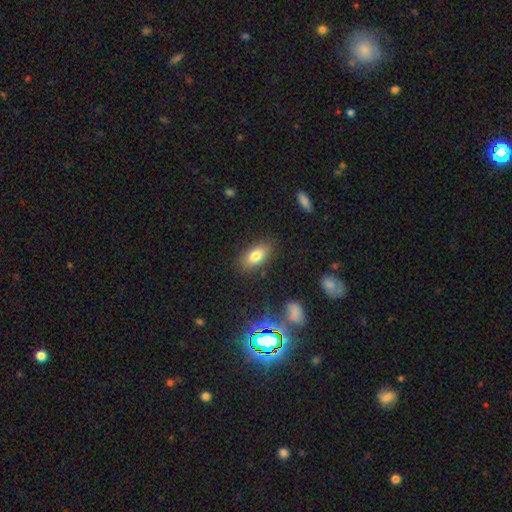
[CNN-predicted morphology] Smooth or featured: smooth — 80% (featured or disk — 11%)
How rounded: in between — 89% (round — 6%)
Merging: none — 84% (minor disturbance — 11%)